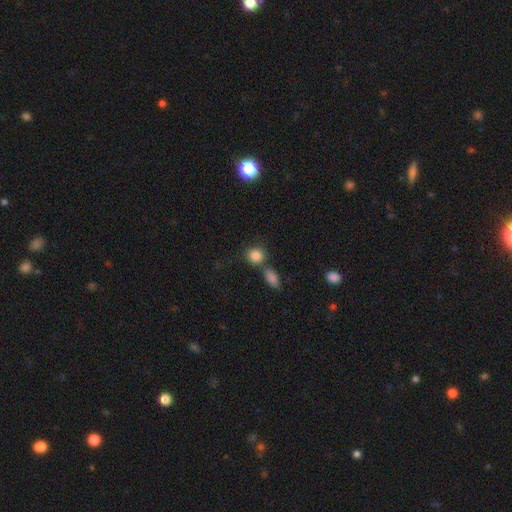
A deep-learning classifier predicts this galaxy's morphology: Smooth or featured? smooth (85%)
How rounded? round (78%)
Merging? none (58%)